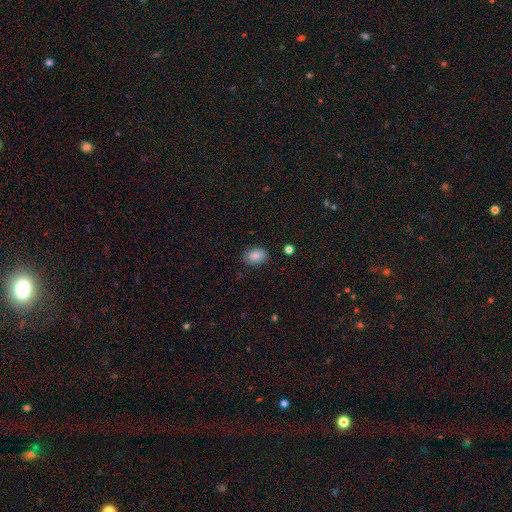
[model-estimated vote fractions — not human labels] This appears to be a smooth galaxy with no disk features (85%) that is in between round and cigar-shaped (78%). Merging: none (81%).